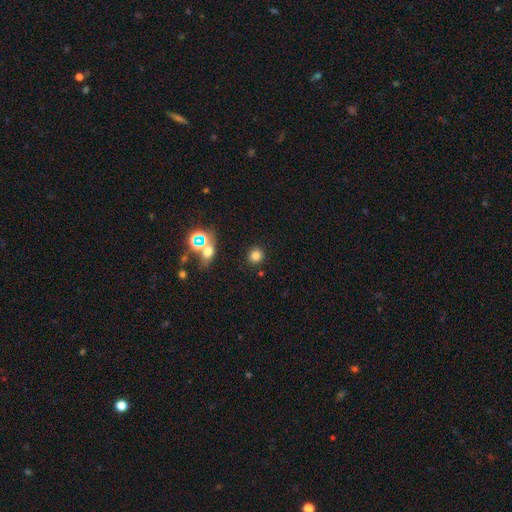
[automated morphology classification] Overall: smooth (76%). How rounded: round (90%). Merging: none (86%).